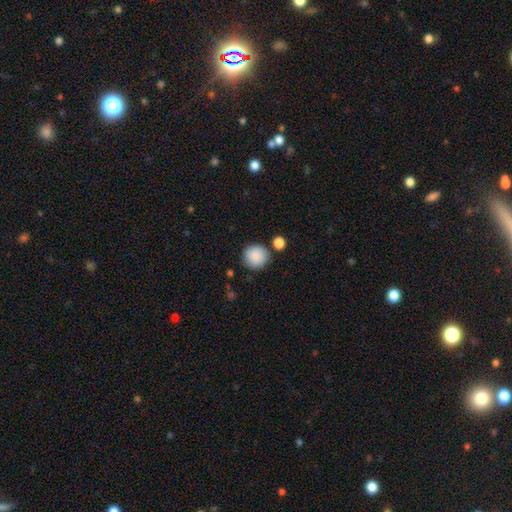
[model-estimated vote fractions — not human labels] Q: Smooth or featured?
A: smooth (88%); runner-up: star or artifact (8%)
Q: How rounded?
A: round (93%); runner-up: in between (6%)
Q: Merging?
A: none (81%); runner-up: minor disturbance (10%)